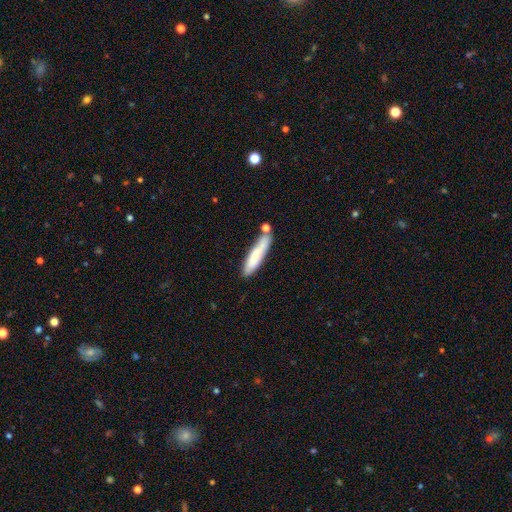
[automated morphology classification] smooth 73%, featured or disk 21%, star or artifact 6%. Down the decision tree: how rounded — cigar-shaped (83%); merging — none (64%).